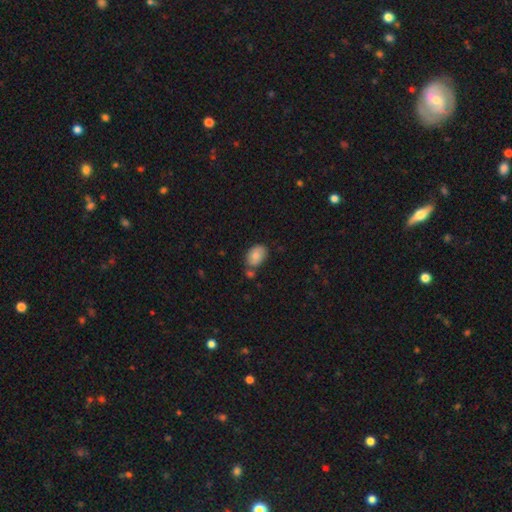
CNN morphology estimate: Smooth or featured: smooth — 78% (featured or disk — 15%)
How rounded: in between — 84% (round — 14%)
Merging: none — 60% (minor disturbance — 19%)